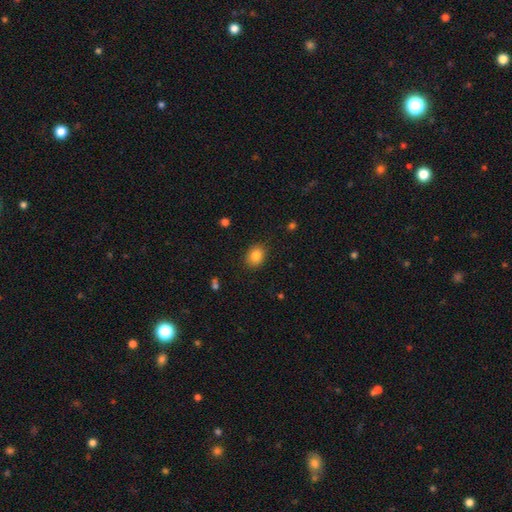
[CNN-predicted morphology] Smooth or featured?
  - smooth: 84% *
  - star or artifact: 10%
  - featured or disk: 6%
How rounded?
  - in between: 51% *
  - round: 49%
  - cigar-shaped: 1%
Merging?
  - none: 86% *
  - minor disturbance: 10%
  - major disturbance: 3%
  - merger: 1%